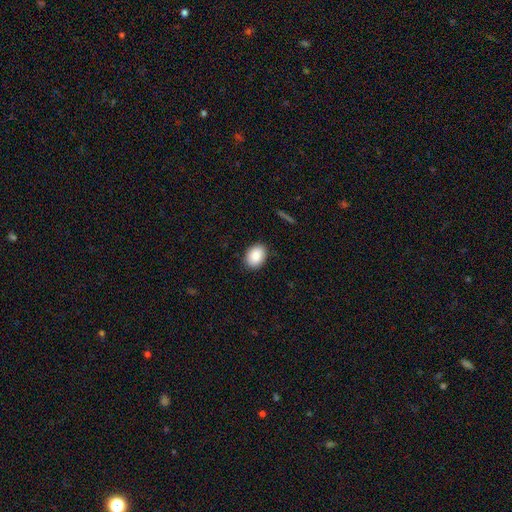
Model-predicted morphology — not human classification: Smooth or featured?
  - smooth: 88% *
  - star or artifact: 7%
  - featured or disk: 4%
How rounded?
  - in between: 76% *
  - round: 23%
  - cigar-shaped: 1%
Merging?
  - none: 88% *
  - minor disturbance: 9%
  - major disturbance: 2%
  - merger: 1%